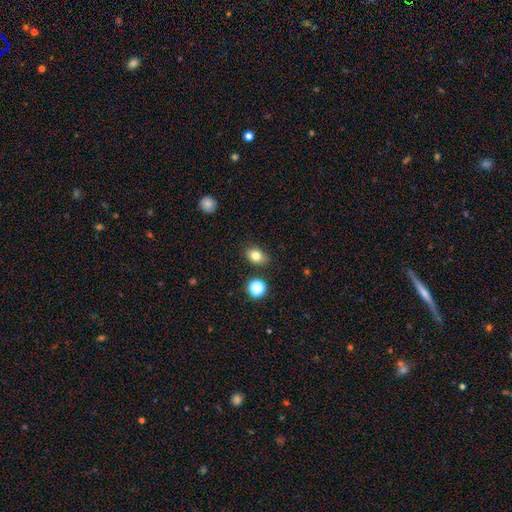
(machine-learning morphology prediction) This appears to be a smooth galaxy with no disk features (81%) that is in between round and cigar-shaped (68%). Merging: none (83%).